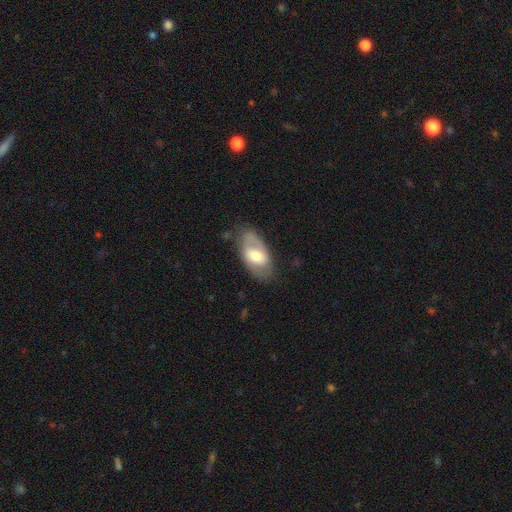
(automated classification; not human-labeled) smooth-or-featured: featured or disk: 54% | smooth: 41% | star or artifact: 6%
  disk-edge-on: no: 91% | yes: 9%
  merging: none: 67% | minor disturbance: 22% | major disturbance: 9% | merger: 2%